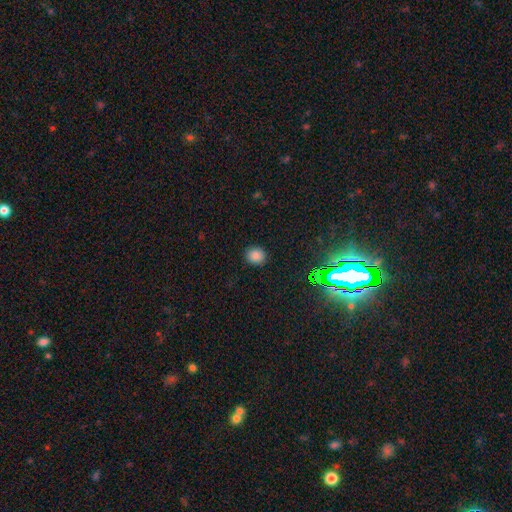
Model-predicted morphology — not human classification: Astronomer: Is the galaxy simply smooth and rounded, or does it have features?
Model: smooth — 82%.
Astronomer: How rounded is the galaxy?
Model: round — 71%.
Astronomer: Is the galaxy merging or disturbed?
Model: none — 89%.